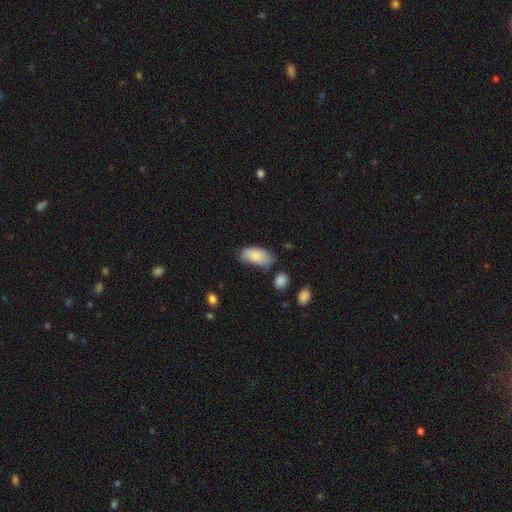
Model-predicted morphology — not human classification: A smooth galaxy with no disk features (83%) that is in between round and cigar-shaped (94%). Merging: none (53%).